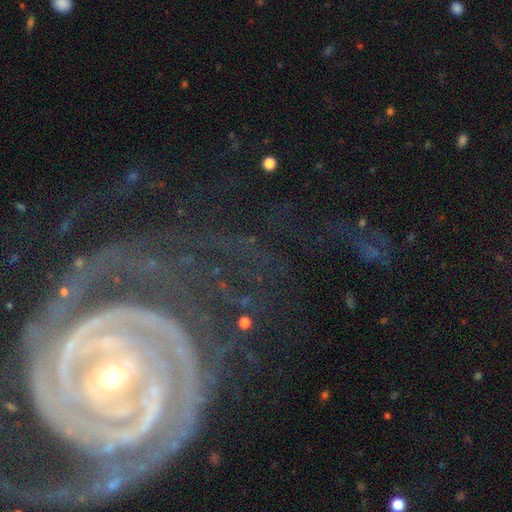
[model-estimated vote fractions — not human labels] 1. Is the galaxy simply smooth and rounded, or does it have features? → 85% featured or disk, 9% star or artifact, 6% smooth.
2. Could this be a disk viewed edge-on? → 96% no, 4% yes.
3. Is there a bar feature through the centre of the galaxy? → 40% no, 32% strong, 28% weak.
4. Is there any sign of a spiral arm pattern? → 95% yes, 5% no.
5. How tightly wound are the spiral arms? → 69% tight, 23% medium, 7% loose.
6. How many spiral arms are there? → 35% 2, 19% can't tell, 16% 3, 10% 4, 10% more than 4, 9% 1.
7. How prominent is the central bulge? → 70% small, 24% moderate, 2% large, 2% none, 1% dominant.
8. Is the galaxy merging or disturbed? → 61% none, 18% major disturbance, 17% minor disturbance, 4% merger.